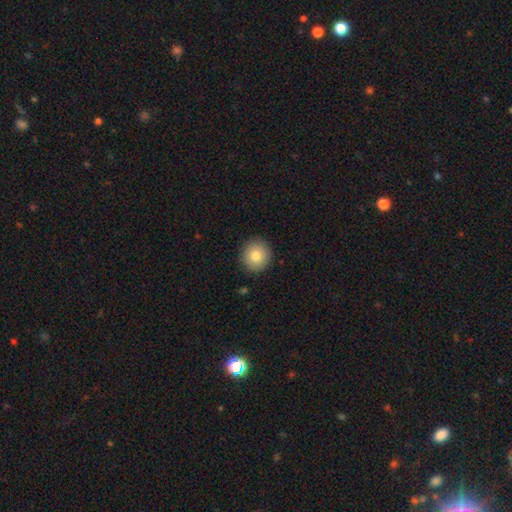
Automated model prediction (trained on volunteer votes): Smooth or featured: smooth — 82% (featured or disk — 9%)
How rounded: round — 92% (in between — 7%)
Merging: none — 91% (minor disturbance — 6%)